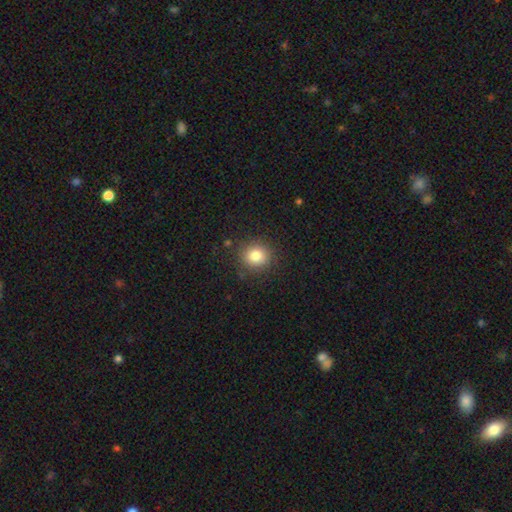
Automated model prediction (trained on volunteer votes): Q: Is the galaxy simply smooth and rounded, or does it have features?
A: smooth — 82%.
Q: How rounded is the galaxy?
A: round — 85%.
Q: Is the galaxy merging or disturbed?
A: none — 87%.